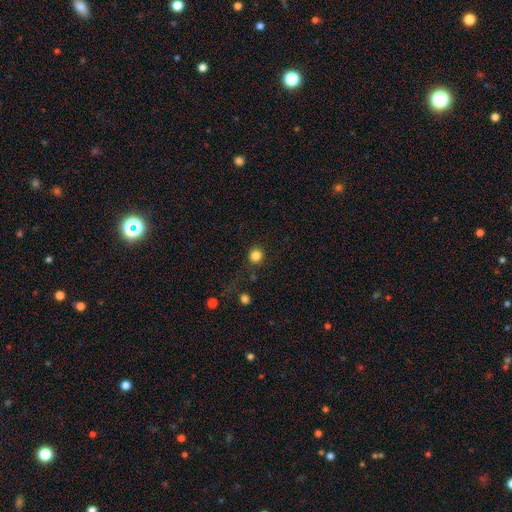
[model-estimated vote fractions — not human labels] The model was most divided on "smooth or featured": smooth: 84%, star or artifact: 12%, featured or disk: 4%. More confident: how rounded — round (91%); merging — none (85%).